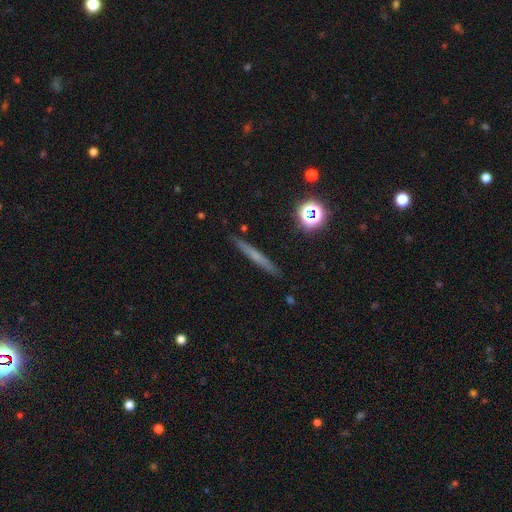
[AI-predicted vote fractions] Smooth or featured? smooth (47%)
Merging? none (90%)